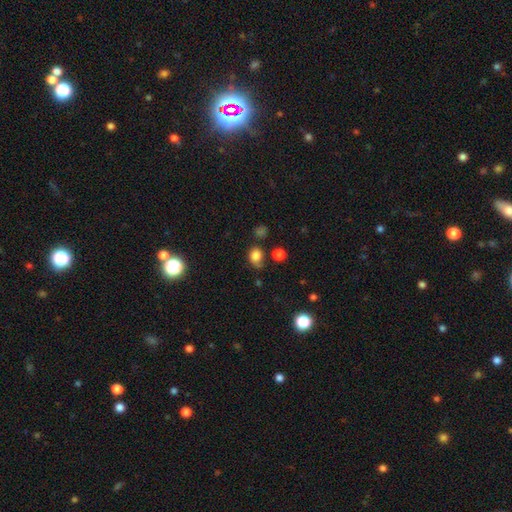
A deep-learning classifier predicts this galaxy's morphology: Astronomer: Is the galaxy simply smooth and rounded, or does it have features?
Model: smooth — 80%.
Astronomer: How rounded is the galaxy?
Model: round — 64%.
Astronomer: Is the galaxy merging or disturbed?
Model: none — 54%.